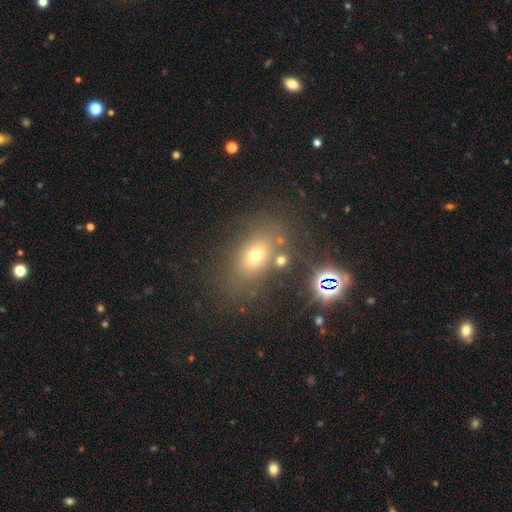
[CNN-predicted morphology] smooth_or_featured: smooth (p=0.62) [alt: star or artifact p=0.22]
how_rounded: in between (p=0.71) [alt: round p=0.26]
merging: none (p=0.73) [alt: minor disturbance p=0.13]